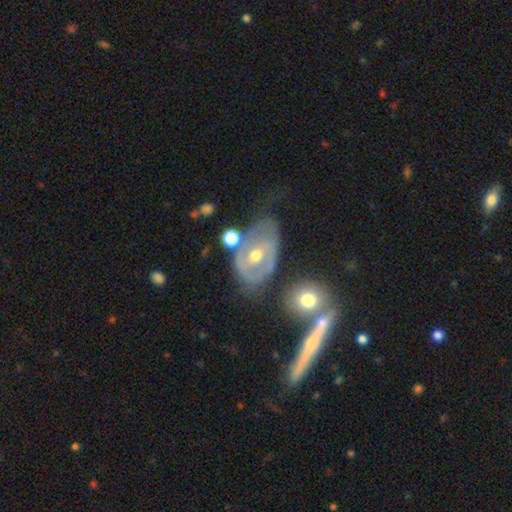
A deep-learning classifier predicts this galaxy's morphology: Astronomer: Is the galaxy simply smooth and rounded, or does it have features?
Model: featured or disk — 67%.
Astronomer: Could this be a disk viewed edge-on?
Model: no — 94%.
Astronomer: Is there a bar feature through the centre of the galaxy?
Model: no — 51% (runner-up: weak, 35%).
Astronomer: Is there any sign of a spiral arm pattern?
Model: yes — 52% (runner-up: no, 48%).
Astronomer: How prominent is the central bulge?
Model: moderate — 65%.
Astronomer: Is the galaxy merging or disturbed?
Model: none — 43% (runner-up: minor disturbance, 26%).